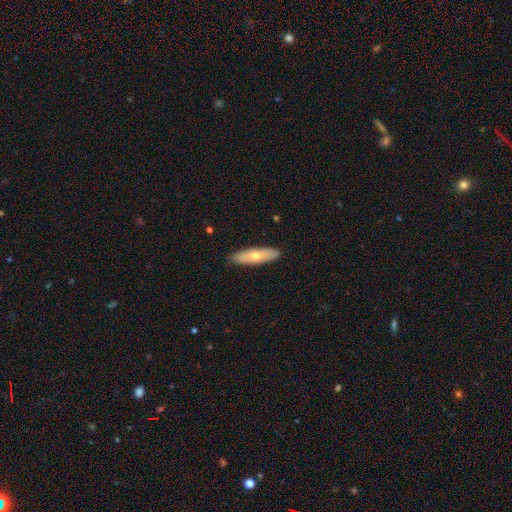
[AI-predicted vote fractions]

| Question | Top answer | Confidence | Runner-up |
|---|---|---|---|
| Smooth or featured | smooth | 57% | featured or disk (37%) |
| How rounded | cigar-shaped | 64% | in between (34%) |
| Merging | none | 89% | minor disturbance (8%) |